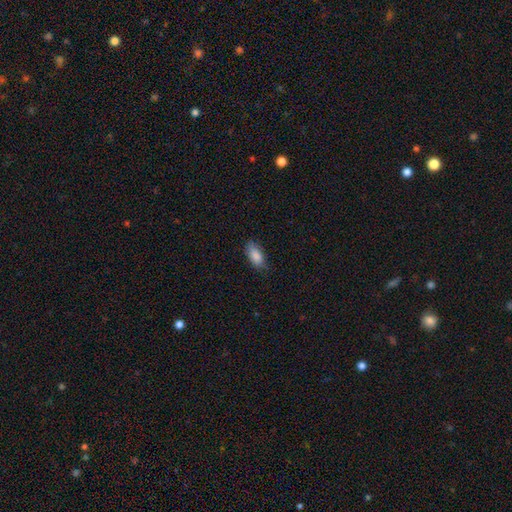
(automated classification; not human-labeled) Morphology: type=smooth (86%); roundness=in between (88%); merging=none (76%).